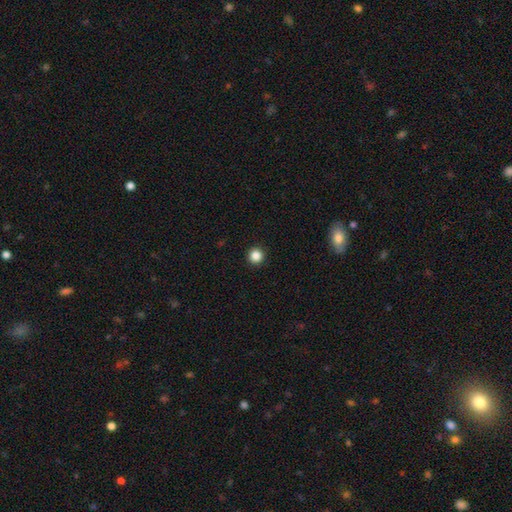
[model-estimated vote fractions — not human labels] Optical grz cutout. It shows a smooth galaxy with no disk features (85%) that is round (96%). Merging: none (94%).